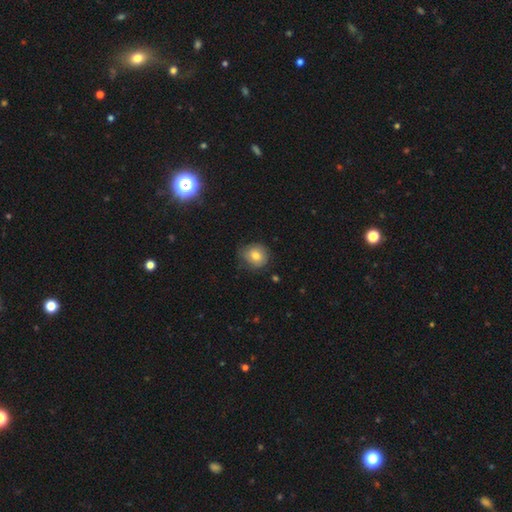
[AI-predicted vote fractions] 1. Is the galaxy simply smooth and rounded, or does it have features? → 76% smooth, 14% featured or disk, 9% star or artifact.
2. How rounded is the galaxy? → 80% round, 19% in between, 1% cigar-shaped.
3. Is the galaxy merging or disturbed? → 69% none, 25% minor disturbance, 5% major disturbance, 1% merger.